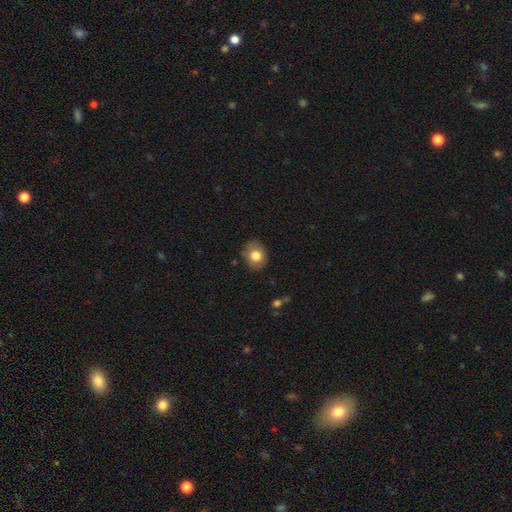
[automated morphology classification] type=smooth (79%); roundness=round (58%); merging=none (81%).